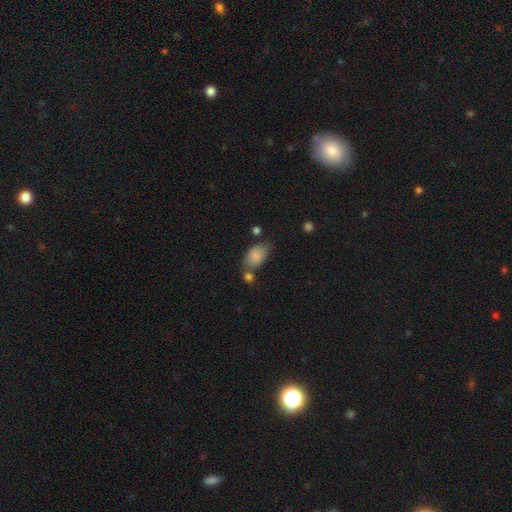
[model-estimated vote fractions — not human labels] Q: Smooth or featured?
A: smooth (82%); runner-up: featured or disk (9%)
Q: How rounded?
A: in between (90%); runner-up: round (8%)
Q: Merging?
A: none (46%); runner-up: minor disturbance (25%)